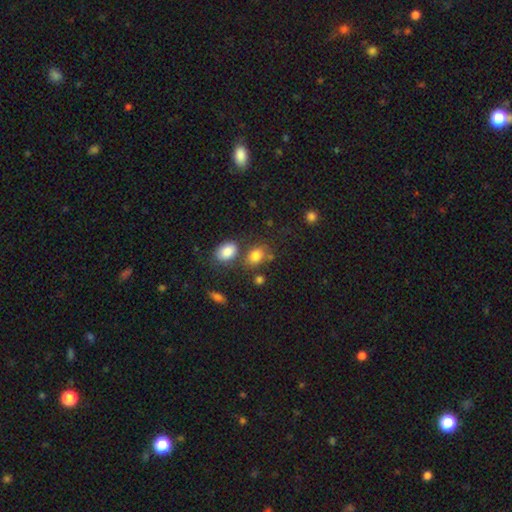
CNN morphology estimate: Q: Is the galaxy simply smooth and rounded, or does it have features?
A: smooth — 82%.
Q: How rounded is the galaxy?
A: in between — 68%.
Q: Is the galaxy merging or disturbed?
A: none — 60%.